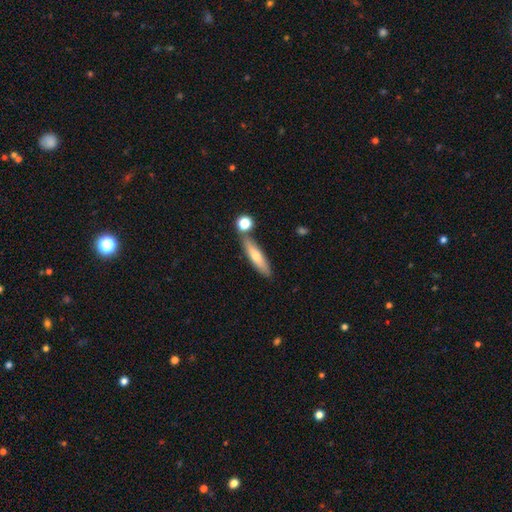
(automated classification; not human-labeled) This is possibly a smooth galaxy (60%). How rounded: likely cigar-shaped (79%). Merging: likely none (75%).